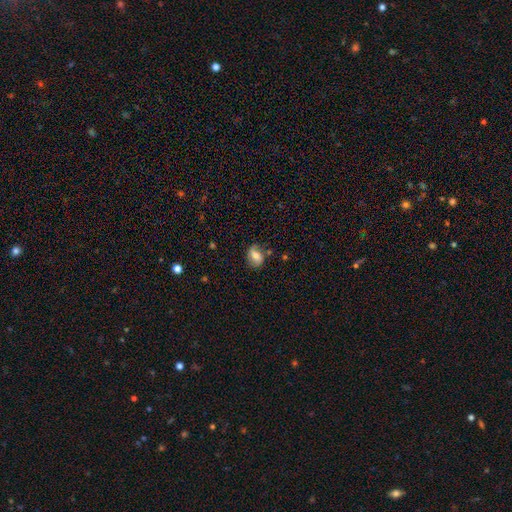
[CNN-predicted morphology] A smooth galaxy with no disk features (65%) that is in between round and cigar-shaped (66%). Merging: none (68%).